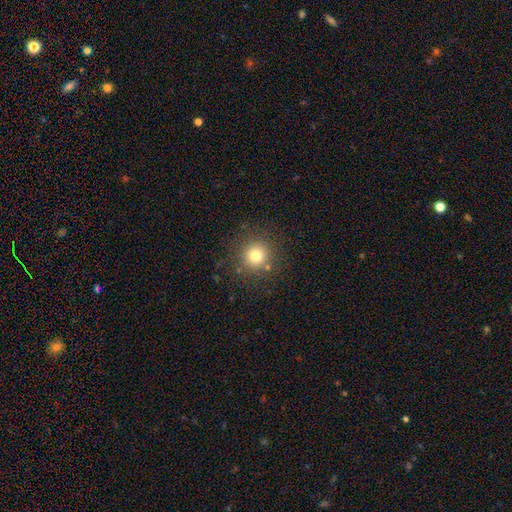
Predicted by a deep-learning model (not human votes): Smooth or featured? Predicted: smooth (p=0.78). How rounded? Predicted: round (p=0.94). Merging? Predicted: none (p=0.86).